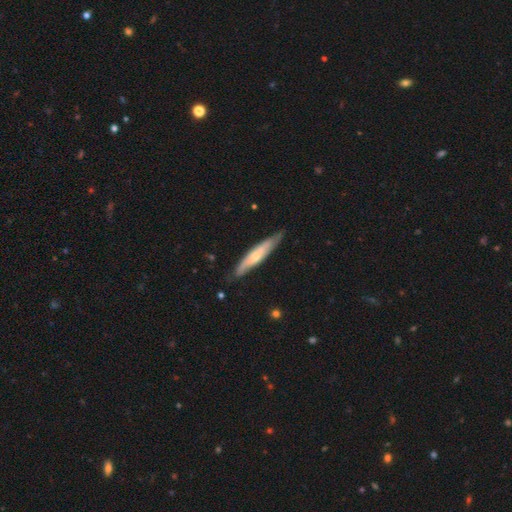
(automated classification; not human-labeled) Smooth or featured? Predicted: featured or disk (p=0.53). Edge-on disk? Predicted: yes (p=0.69). Merging? Predicted: none (p=0.78).